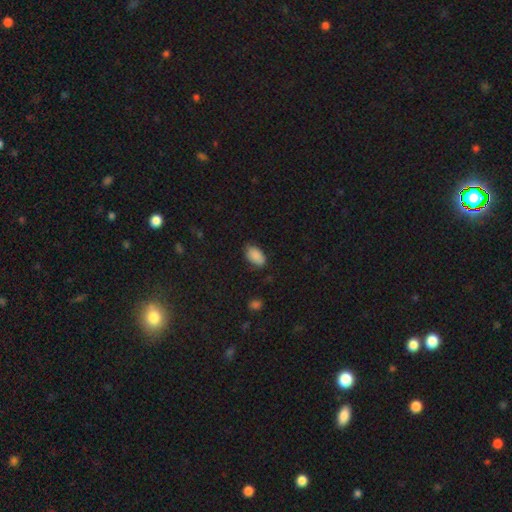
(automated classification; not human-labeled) Overall: smooth (88%). How rounded: in between (93%). Merging: none (77%).